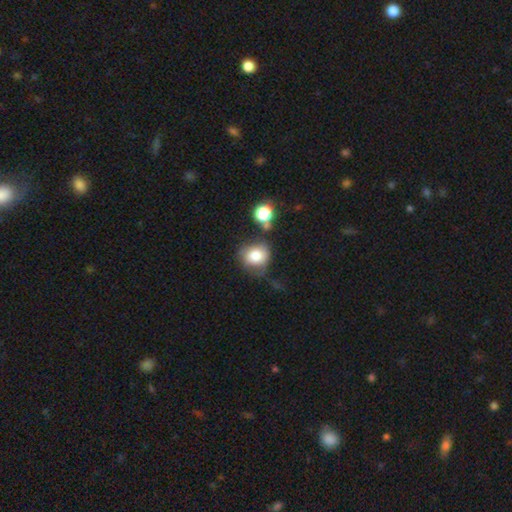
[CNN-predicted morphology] smooth-or-featured: smooth: 78% | featured or disk: 12% | star or artifact: 10%
  how-rounded: round: 74% | in between: 25% | cigar-shaped: 1%
  merging: none: 49% | minor disturbance: 26% | major disturbance: 13% | merger: 12%